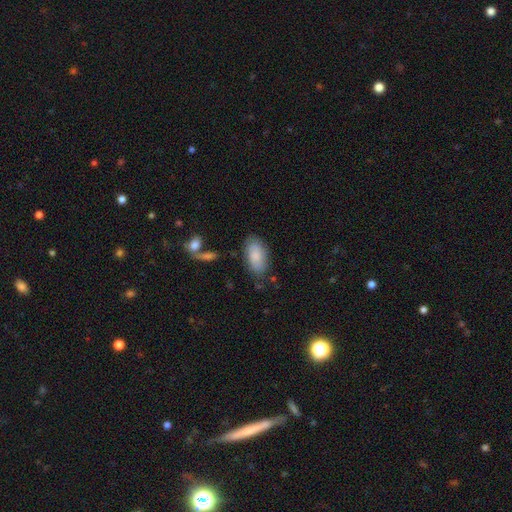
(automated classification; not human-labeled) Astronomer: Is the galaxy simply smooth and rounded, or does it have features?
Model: smooth — 78%.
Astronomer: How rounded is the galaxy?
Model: in between — 93%.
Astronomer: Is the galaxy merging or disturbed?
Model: none — 75%.